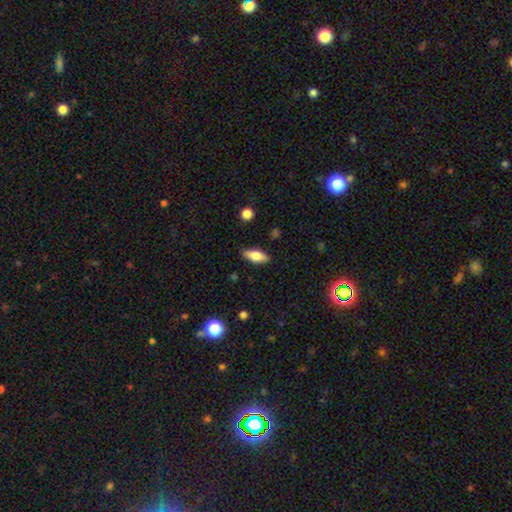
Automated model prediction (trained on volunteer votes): A smooth galaxy with no disk features (74%) that is in between round and cigar-shaped (76%). Merging: none (86%).